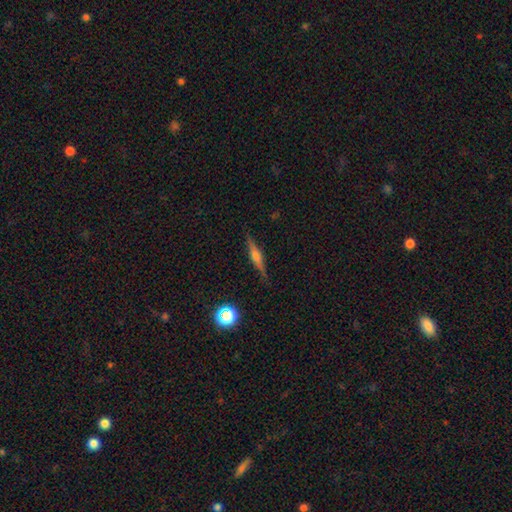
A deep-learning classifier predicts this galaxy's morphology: Smooth or featured?
  - featured or disk: 66% *
  - smooth: 26%
  - star or artifact: 9%
Edge-on disk?
  - yes: 97% *
  - no: 3%
Edge-on bulge?
  - rounded: 78% *
  - boxy: 15%
  - none: 7%
Merging?
  - none: 88% *
  - minor disturbance: 9%
  - major disturbance: 2%
  - merger: 1%